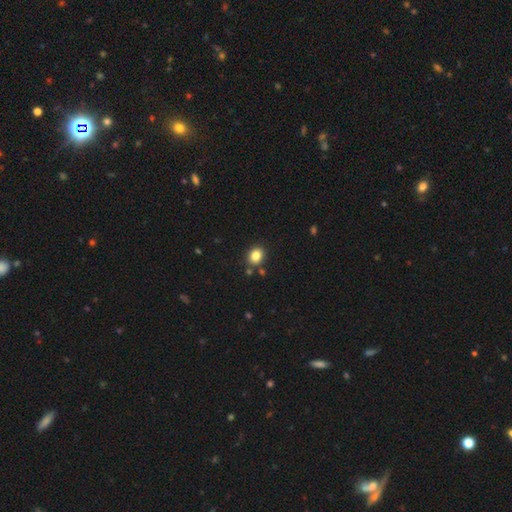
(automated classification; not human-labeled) smooth-or-featured: smooth: 83% | star or artifact: 11% | featured or disk: 6%
  how-rounded: round: 61% | in between: 39% | cigar-shaped: 1%
  merging: none: 83% | minor disturbance: 9% | merger: 5% | major disturbance: 2%